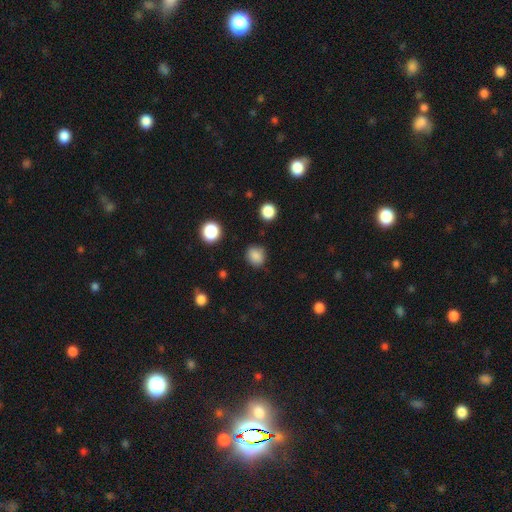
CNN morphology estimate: The model was most divided on "how rounded": round: 77%, in between: 22%, cigar-shaped: 1%. More confident: smooth or featured — smooth (84%); merging — none (82%).